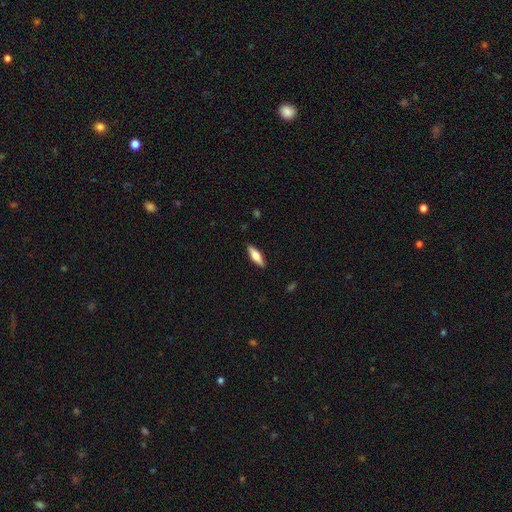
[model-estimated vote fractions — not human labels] smooth 62%, featured or disk 32%, star or artifact 6%. Down the decision tree: how rounded — cigar-shaped (49%, tied with in between); merging — none (88%).